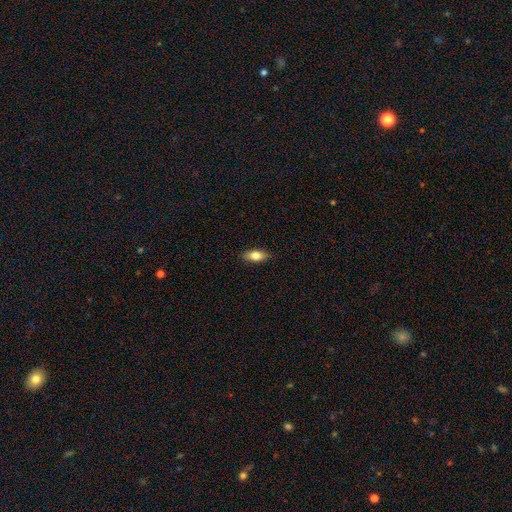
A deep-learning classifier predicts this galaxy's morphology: A smooth galaxy with no disk features (77%) that is in between round and cigar-shaped (82%). Merging: none (87%).